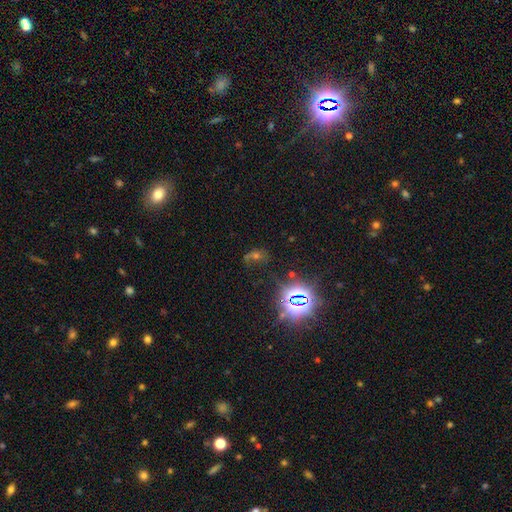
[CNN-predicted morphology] This appears to be a star or artifact, not a galaxy (55%).